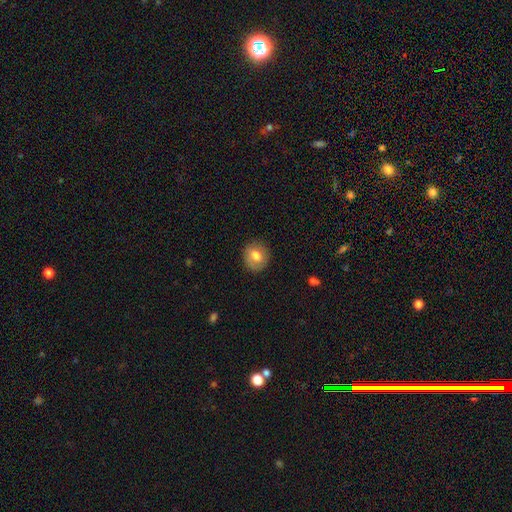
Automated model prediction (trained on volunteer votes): Morphology: type=smooth (75%); roundness=round (77%); merging=none (86%).